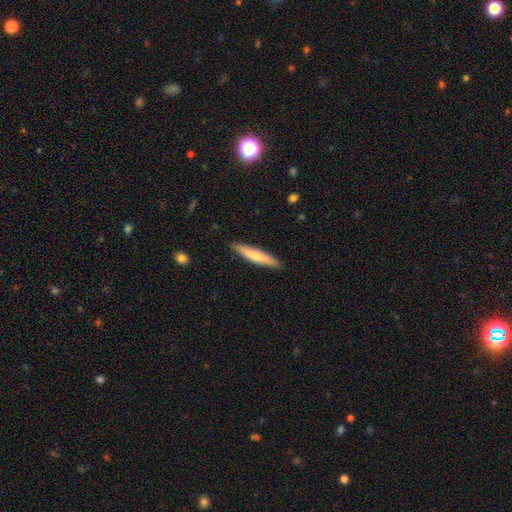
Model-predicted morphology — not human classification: type=smooth (64%); roundness=cigar-shaped (87%); merging=none (89%).